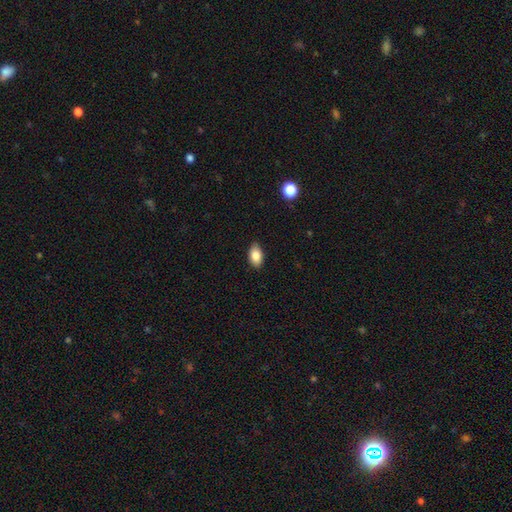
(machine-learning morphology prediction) Q: Smooth or featured?
A: smooth (85%); runner-up: featured or disk (8%)
Q: How rounded?
A: in between (91%); runner-up: round (6%)
Q: Merging?
A: none (86%); runner-up: minor disturbance (11%)